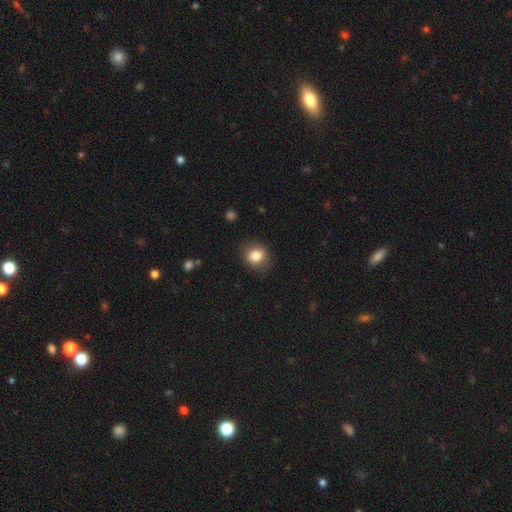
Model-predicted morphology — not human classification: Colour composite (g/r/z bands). It shows a smooth galaxy with no disk features (83%) that is round (68%). Merging: none (82%).